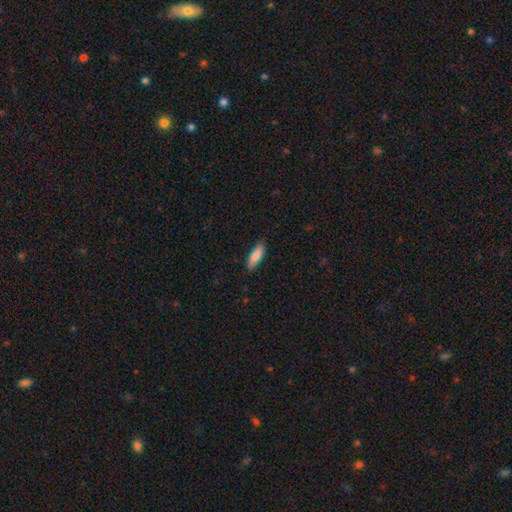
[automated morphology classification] Overall: smooth (85%). How rounded: in between (54%; cigar-shaped 44%). Merging: none (87%).